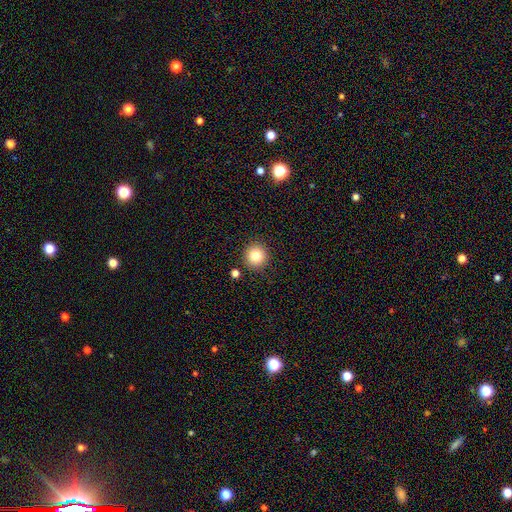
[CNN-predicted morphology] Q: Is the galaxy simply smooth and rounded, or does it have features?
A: smooth — 82%.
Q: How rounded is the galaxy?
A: round — 94%.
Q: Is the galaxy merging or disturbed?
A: none — 89%.